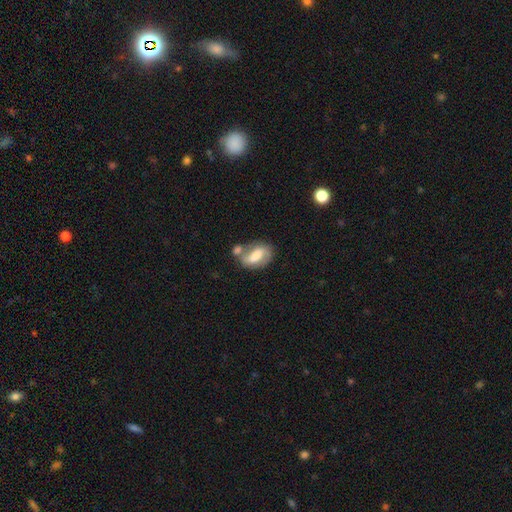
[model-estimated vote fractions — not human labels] smooth-or-featured: featured or disk: 47% | smooth: 46% | star or artifact: 7%
  merging: none: 40% | merger: 32% | minor disturbance: 19% | major disturbance: 10%